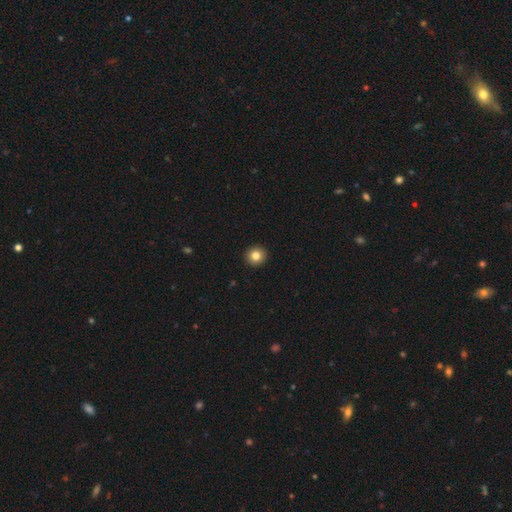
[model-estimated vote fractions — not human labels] Smooth or featured: smooth — 83% (star or artifact — 10%)
How rounded: round — 92% (in between — 7%)
Merging: none — 93% (minor disturbance — 4%)